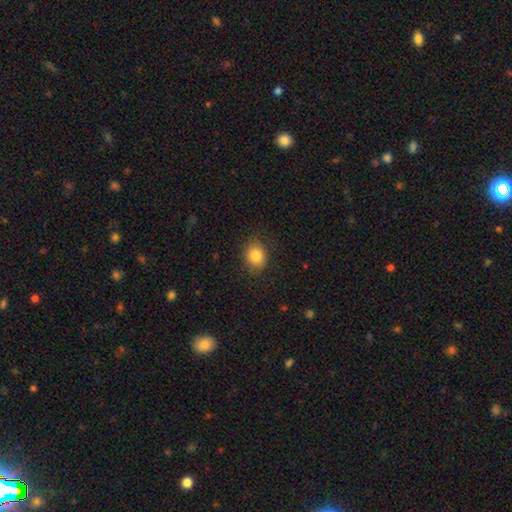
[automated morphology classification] Smooth or featured: smooth — 84% (star or artifact — 9%)
How rounded: round — 55% (in between — 44%)
Merging: none — 83% (minor disturbance — 12%)